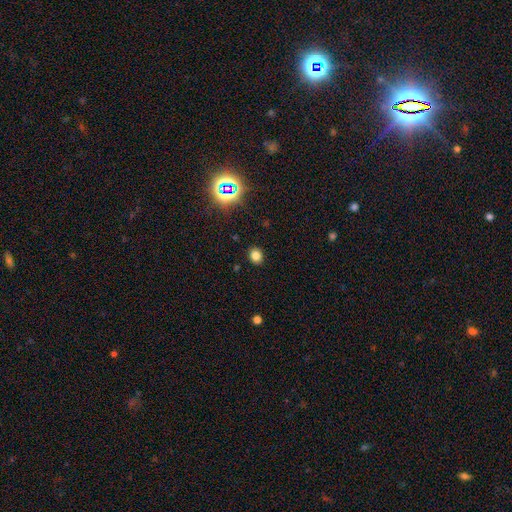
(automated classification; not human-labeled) This is likely a smooth galaxy (78%). How rounded: likely round (65%). Merging: clearly none (90%).